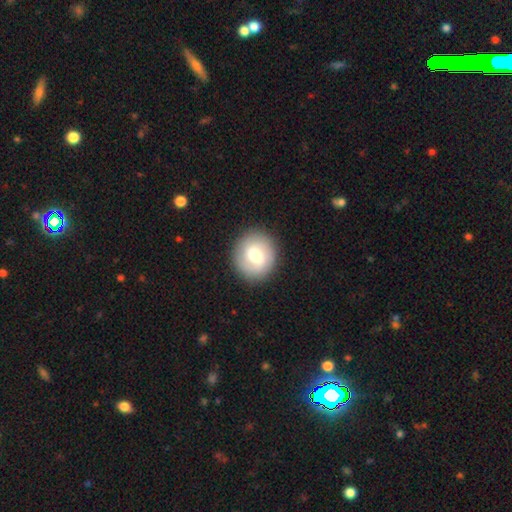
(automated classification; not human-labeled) Smooth or featured: smooth — 48% (featured or disk — 45%)
Merging: none — 87% (minor disturbance — 9%)